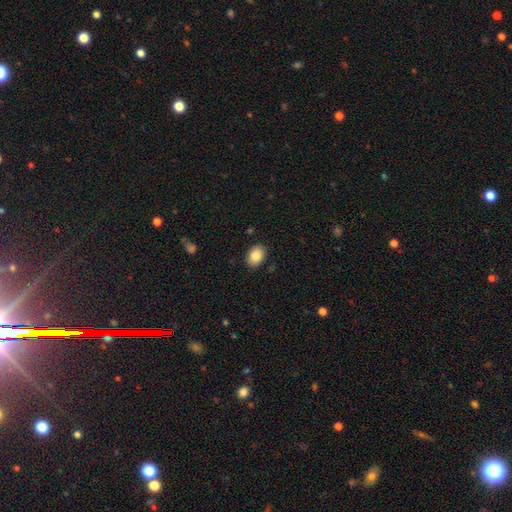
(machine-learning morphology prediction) smooth_or_featured: smooth (p=0.87) [alt: star or artifact p=0.08]
how_rounded: in between (p=0.80) [alt: round p=0.19]
merging: none (p=0.88) [alt: minor disturbance p=0.09]